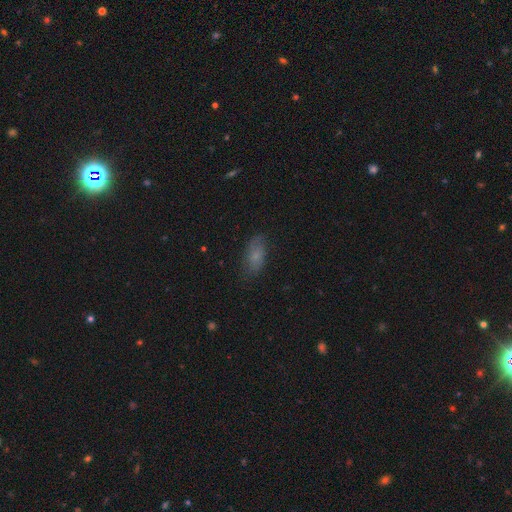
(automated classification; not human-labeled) This appears to be a smooth galaxy with no disk features (67%) that is in between round and cigar-shaped (87%). Merging: none (73%).